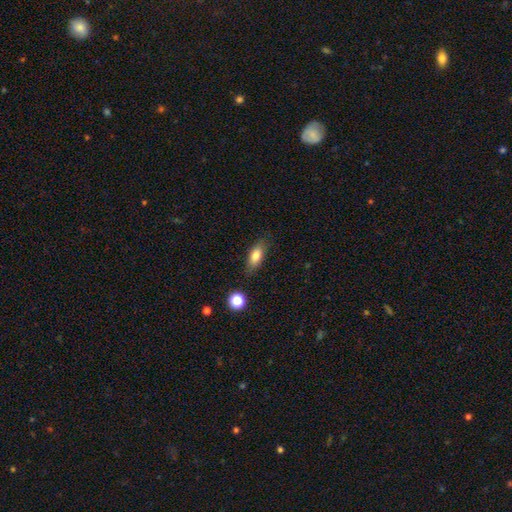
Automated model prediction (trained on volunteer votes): This is likely a smooth galaxy (80%). How rounded: likely in between (78%). Merging: likely none (80%).